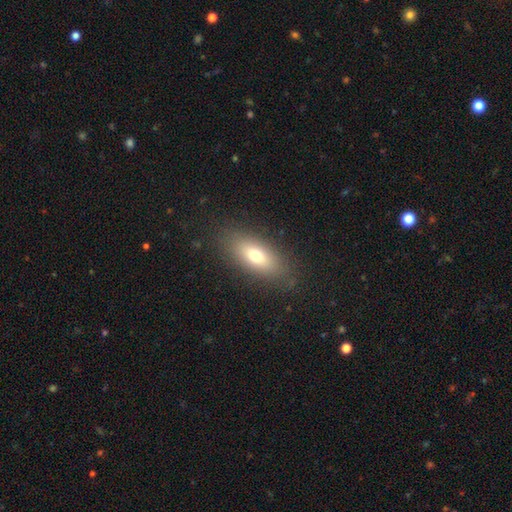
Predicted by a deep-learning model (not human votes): smooth_or_featured: smooth (p=0.72) [alt: featured or disk p=0.19]
how_rounded: in between (p=0.77) [alt: cigar-shaped p=0.19]
merging: none (p=0.85) [alt: minor disturbance p=0.10]